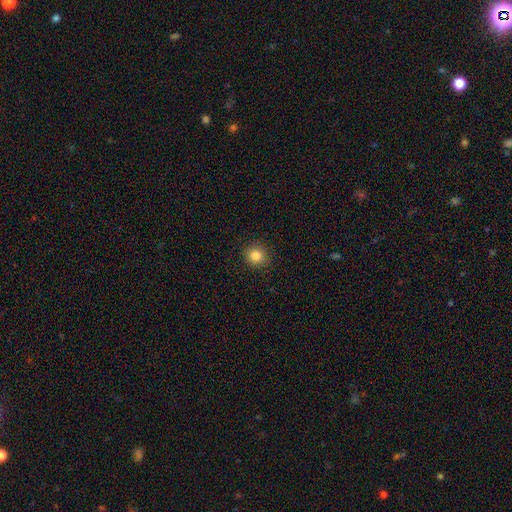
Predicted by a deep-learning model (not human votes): Smooth or featured? Predicted: smooth (p=0.83). How rounded? Predicted: round (p=0.91). Merging? Predicted: none (p=0.91).